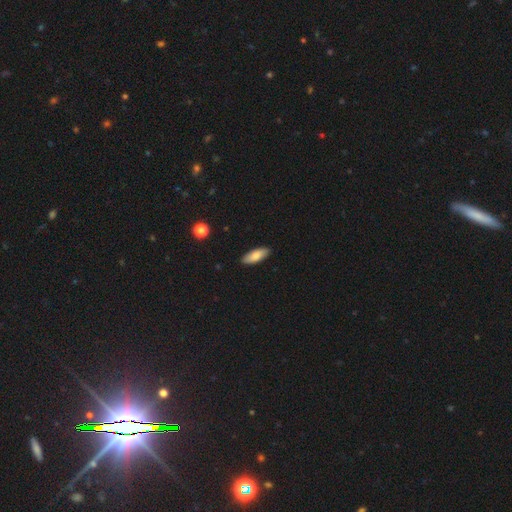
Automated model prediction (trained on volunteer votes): Overall: smooth (81%). How rounded: in between (70%). Merging: none (88%).